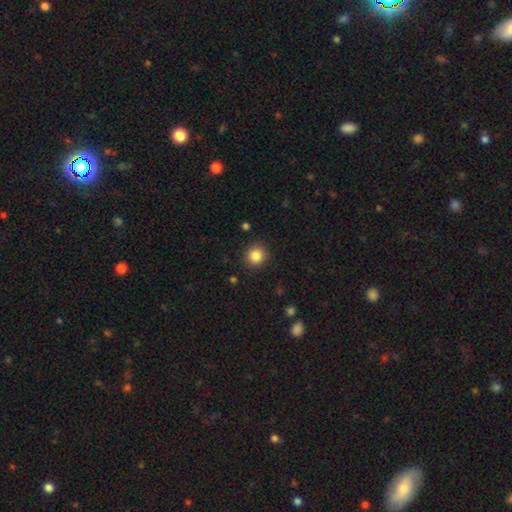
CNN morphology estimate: smooth_or_featured: smooth (p=0.86) [alt: star or artifact p=0.10]
how_rounded: round (p=0.91) [alt: in between p=0.09]
merging: none (p=0.90) [alt: minor disturbance p=0.06]